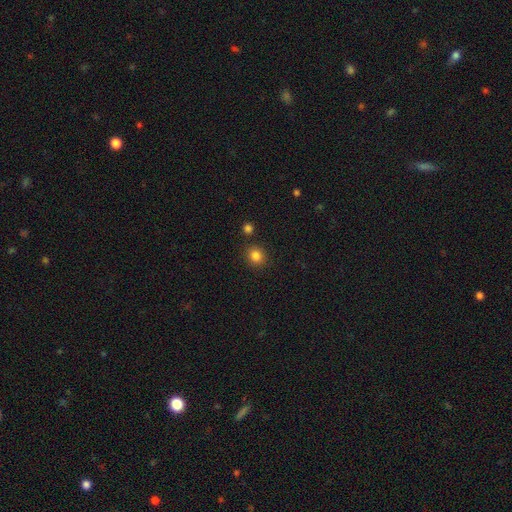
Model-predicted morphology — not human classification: A smooth galaxy with no disk features (84%) that is round (78%). Merging: none (85%).